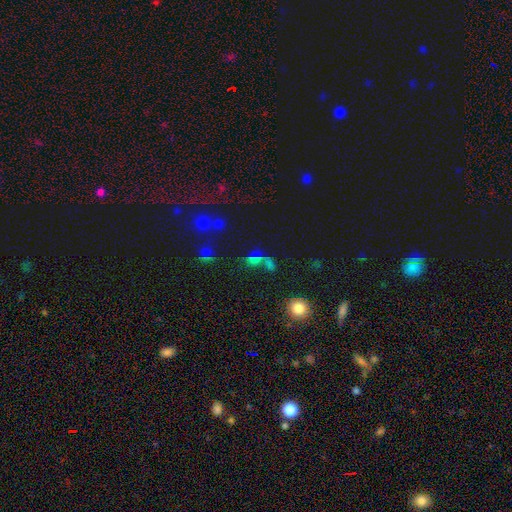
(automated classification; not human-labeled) This is marginally a smooth galaxy (44%). Merging: marginally none (40%).